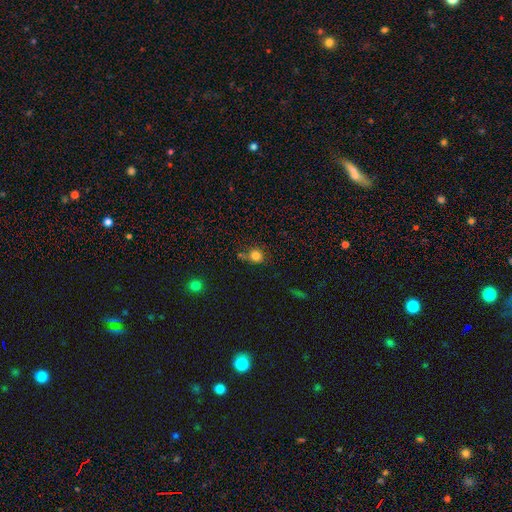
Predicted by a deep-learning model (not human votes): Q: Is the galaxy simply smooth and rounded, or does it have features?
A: smooth — 81%.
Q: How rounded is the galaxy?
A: round — 86%.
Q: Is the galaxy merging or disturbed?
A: none — 67%.